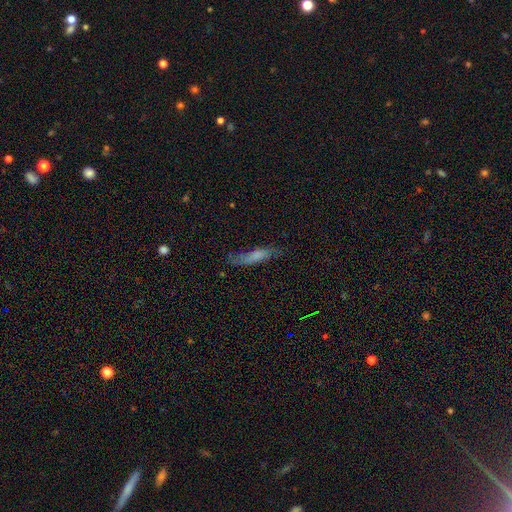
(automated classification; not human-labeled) smooth_or_featured: smooth (p=0.59) [alt: featured or disk p=0.32]
how_rounded: cigar-shaped (p=0.76) [alt: in between p=0.21]
merging: none (p=0.63) [alt: minor disturbance p=0.26]